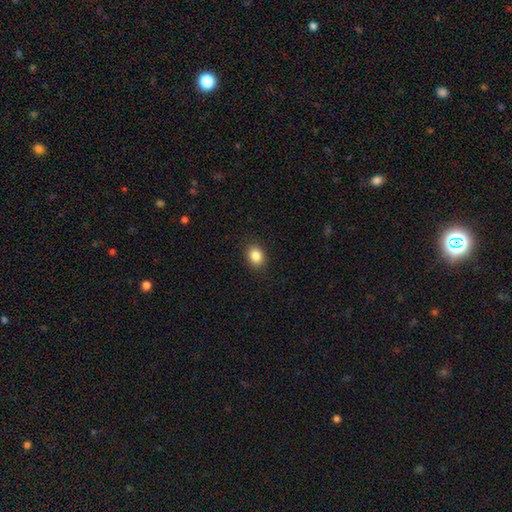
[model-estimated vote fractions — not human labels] Smooth or featured?
  - smooth: 86% *
  - star or artifact: 10%
  - featured or disk: 5%
How rounded?
  - round: 51% *
  - in between: 48%
  - cigar-shaped: 1%
Merging?
  - none: 89% *
  - minor disturbance: 8%
  - major disturbance: 2%
  - merger: 1%